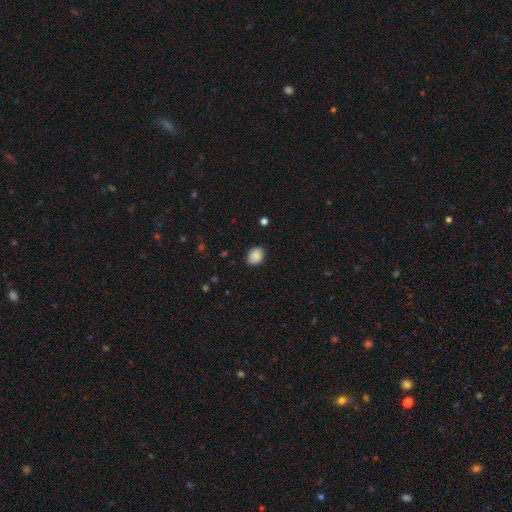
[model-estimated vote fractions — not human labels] Overall: smooth (87%). How rounded: in between (57%; round 42%). Merging: none (82%).